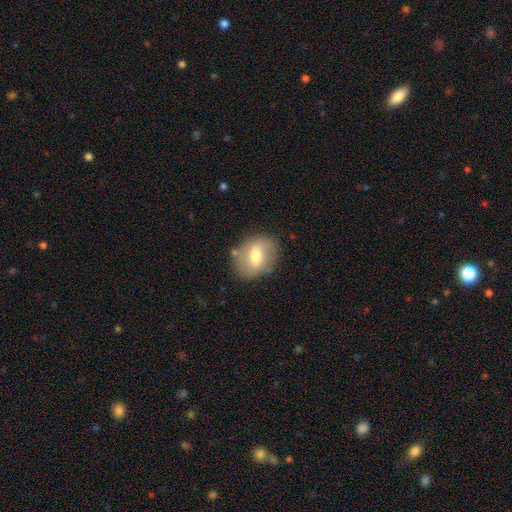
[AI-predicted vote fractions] Smooth or featured?
  - smooth: 54% *
  - featured or disk: 38%
  - star or artifact: 8%
How rounded?
  - in between: 51% *
  - round: 47%
  - cigar-shaped: 1%
Merging?
  - none: 79% *
  - minor disturbance: 14%
  - major disturbance: 4%
  - merger: 3%